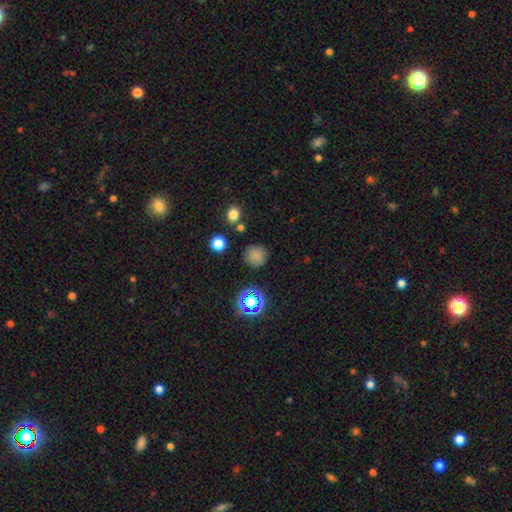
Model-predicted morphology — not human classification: The model was most divided on "smooth or featured": smooth: 76%, star or artifact: 18%, featured or disk: 6%. More confident: how rounded — round (92%); merging — none (83%).